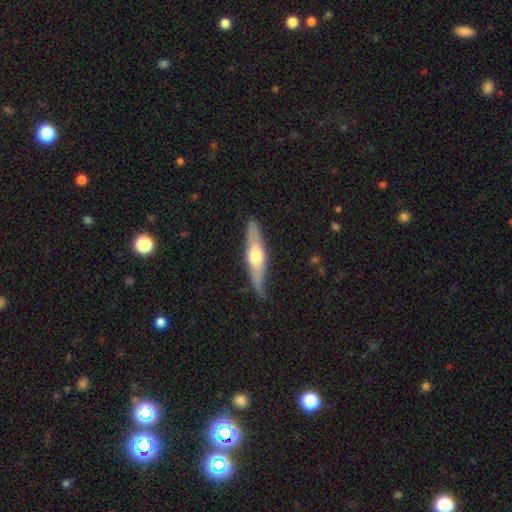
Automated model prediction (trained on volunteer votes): A featured or disk galaxy (57%) viewed edge-on (85%).

Vote fractions:
- Smooth or featured? featured or disk: 57% / smooth: 39% / star or artifact: 4%
- Edge-on disk? yes: 85% / no: 15%
- Merging? none: 76% / minor disturbance: 18% / major disturbance: 4% / merger: 2%